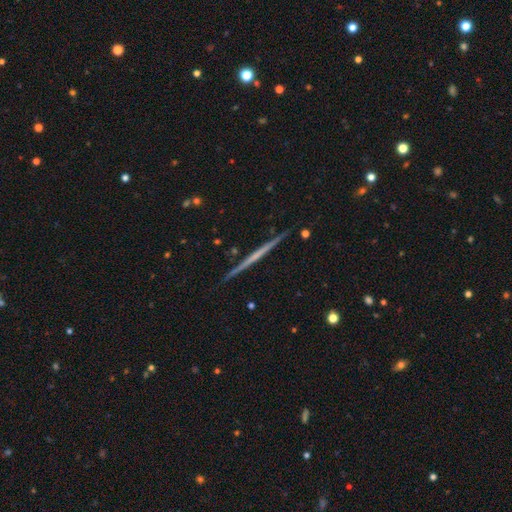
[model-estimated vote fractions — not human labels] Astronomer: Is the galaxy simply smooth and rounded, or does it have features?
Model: featured or disk — 67%.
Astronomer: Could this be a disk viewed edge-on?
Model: yes — 98%.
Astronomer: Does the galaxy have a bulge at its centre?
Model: none — 87%.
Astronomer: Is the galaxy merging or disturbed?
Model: none — 92%.